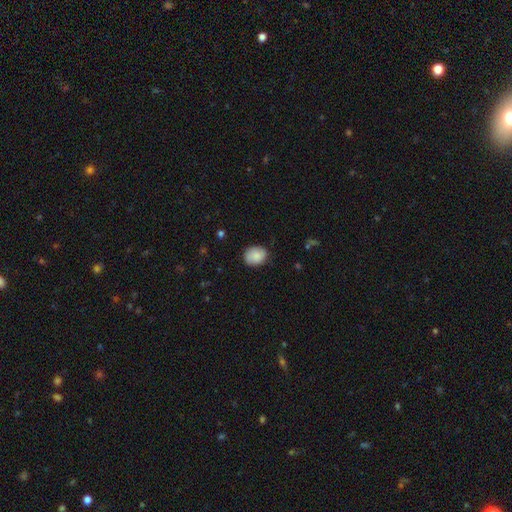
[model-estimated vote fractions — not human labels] Smooth or featured? smooth (84%)
How rounded? round (52%)
Merging? none (79%)